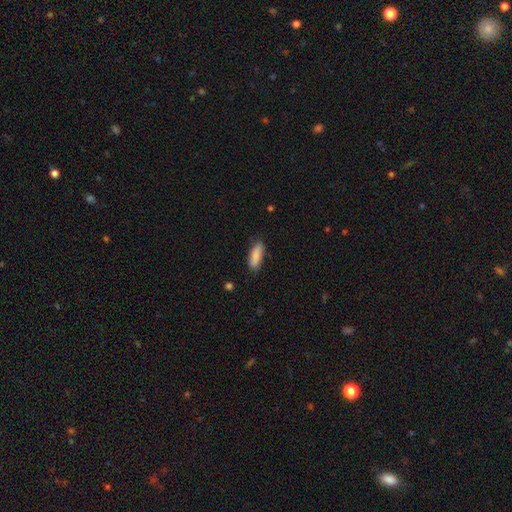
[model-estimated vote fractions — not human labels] smooth-or-featured: smooth: 87% | featured or disk: 7% | star or artifact: 6%
  how-rounded: in between: 63% | cigar-shaped: 36% | round: 2%
  merging: none: 80% | minor disturbance: 16% | major disturbance: 3% | merger: 1%